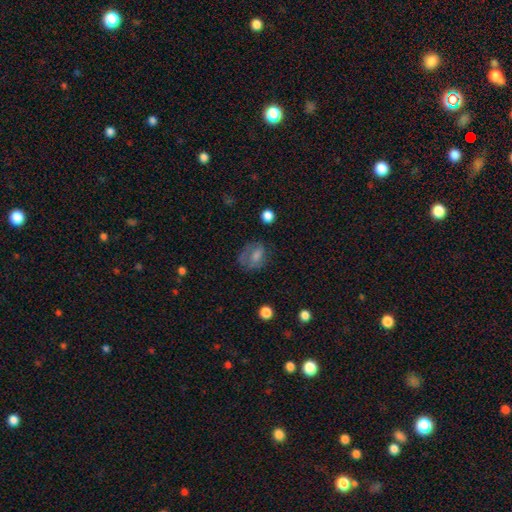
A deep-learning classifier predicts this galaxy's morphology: A smooth galaxy with no disk features (62%) that is in between round and cigar-shaped (65%). Merging: none (48%).